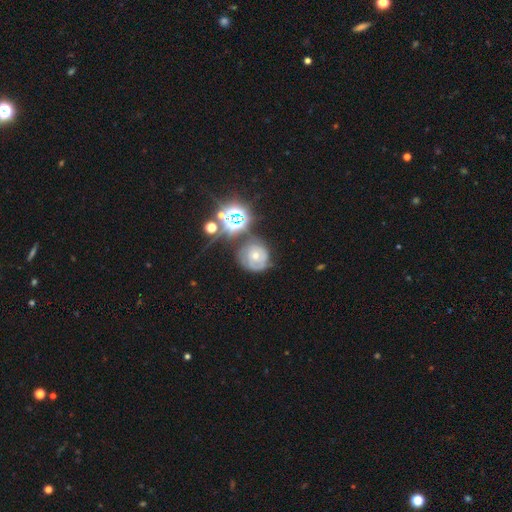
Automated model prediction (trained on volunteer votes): featured or disk 46%, star or artifact 29%, smooth 26%. Down the decision tree: merging — none (68%).